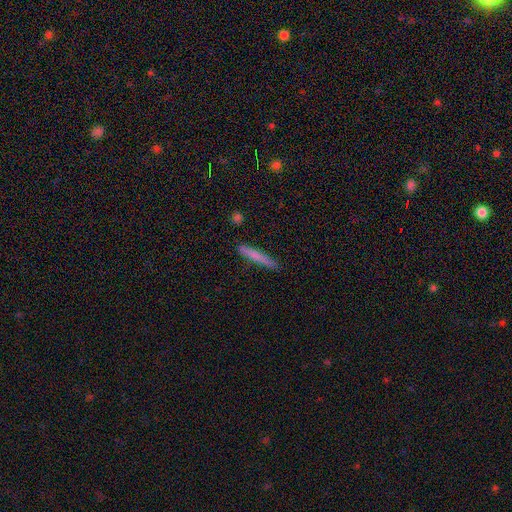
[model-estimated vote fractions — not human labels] This appears to be a smooth galaxy with no disk features (73%) that is cigar-shaped (95%). Merging: none (83%).